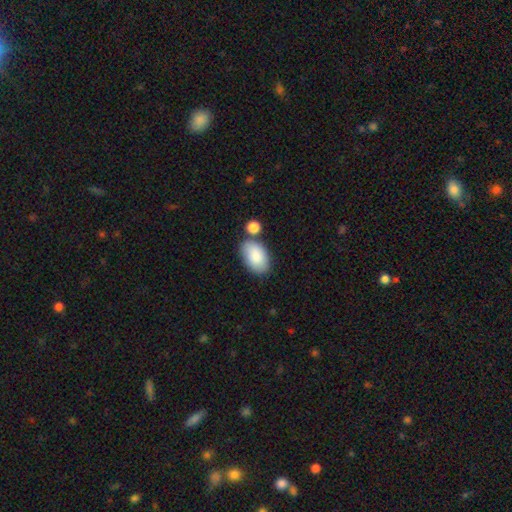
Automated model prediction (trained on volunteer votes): Morphology: type=smooth (87%); roundness=in between (94%); merging=none (66%).